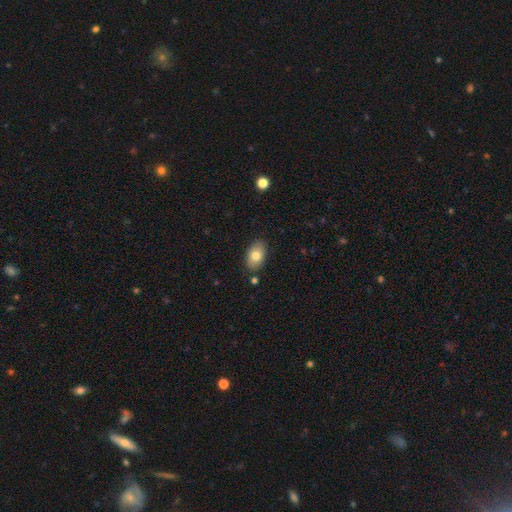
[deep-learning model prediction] Smooth or featured? smooth (79%)
How rounded? in between (90%)
Merging? none (84%)